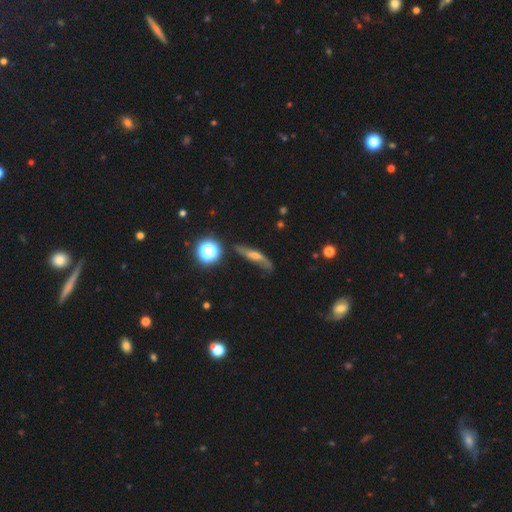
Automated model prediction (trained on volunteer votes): Smooth or featured? featured or disk (47%)
Merging? none (65%)